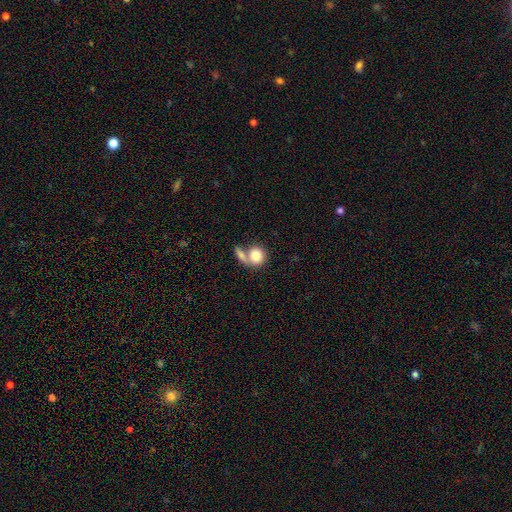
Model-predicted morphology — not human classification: type=smooth (79%); roundness=round (75%); merging=merger (50%).